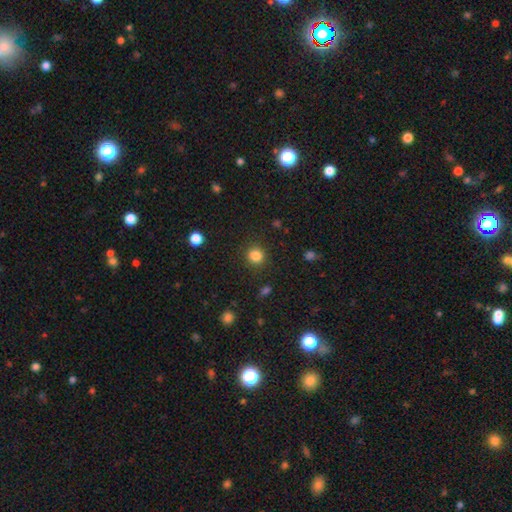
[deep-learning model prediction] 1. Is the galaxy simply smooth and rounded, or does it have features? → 84% smooth, 12% star or artifact, 4% featured or disk.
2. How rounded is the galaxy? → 89% round, 10% in between, 1% cigar-shaped.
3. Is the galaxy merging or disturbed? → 89% none, 7% minor disturbance, 3% major disturbance, 2% merger.